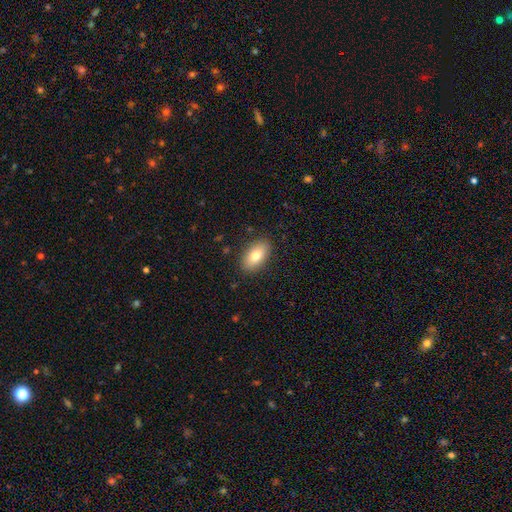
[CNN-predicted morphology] smooth 78%, featured or disk 15%, star or artifact 7%. Down the decision tree: how rounded — in between (91%); merging — none (87%).